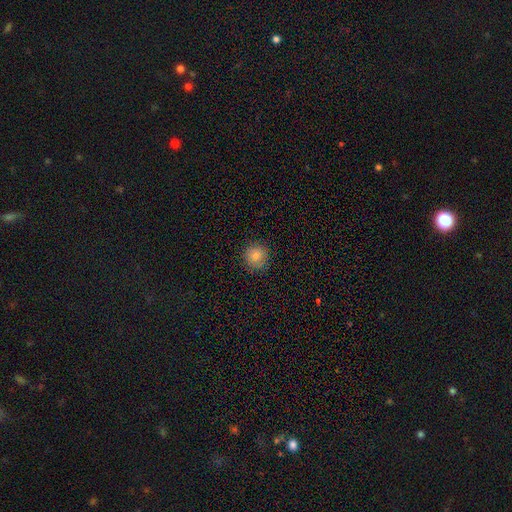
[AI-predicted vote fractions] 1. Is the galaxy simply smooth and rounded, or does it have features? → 83% smooth, 11% star or artifact, 6% featured or disk.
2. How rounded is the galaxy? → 93% round, 6% in between, 1% cigar-shaped.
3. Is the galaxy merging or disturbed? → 89% none, 8% minor disturbance, 2% major disturbance, 1% merger.